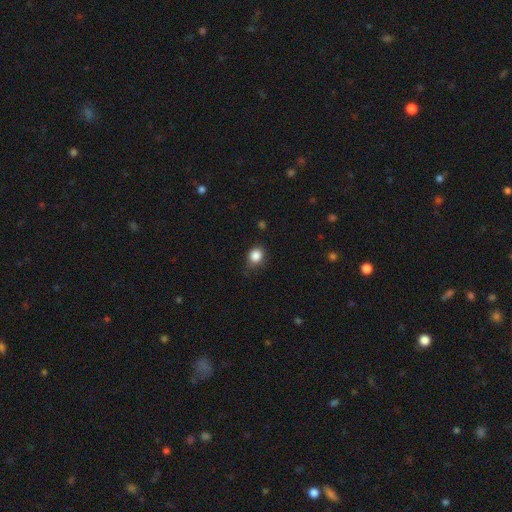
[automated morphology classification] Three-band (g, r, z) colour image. It shows a smooth galaxy with no disk features (85%) that is round (64%). Merging: none (73%).